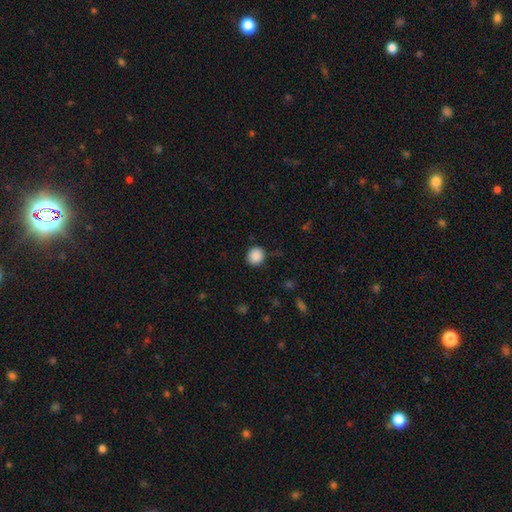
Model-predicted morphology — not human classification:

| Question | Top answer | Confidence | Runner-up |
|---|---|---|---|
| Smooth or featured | smooth | 89% | star or artifact (9%) |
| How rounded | round | 90% | in between (9%) |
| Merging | none | 87% | minor disturbance (9%) |